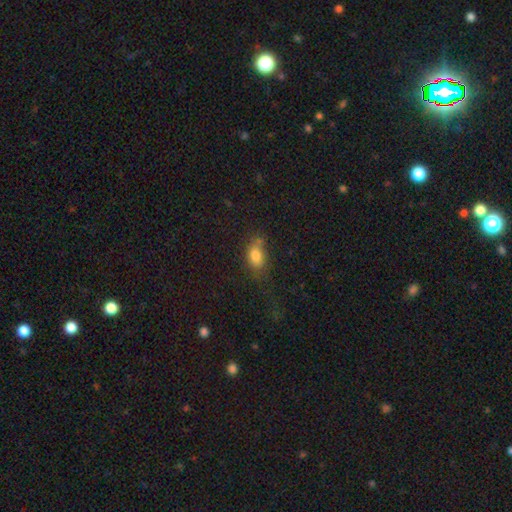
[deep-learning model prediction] This appears to be a smooth galaxy with no disk features (80%) that is in between round and cigar-shaped (81%). Merging: none (51%).